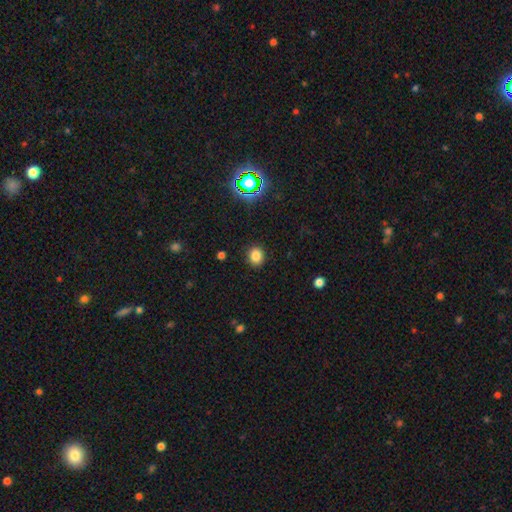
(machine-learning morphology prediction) smooth_or_featured: smooth (p=0.81) [alt: star or artifact p=0.14]
how_rounded: round (p=0.70) [alt: in between p=0.29]
merging: none (p=0.90) [alt: minor disturbance p=0.07]